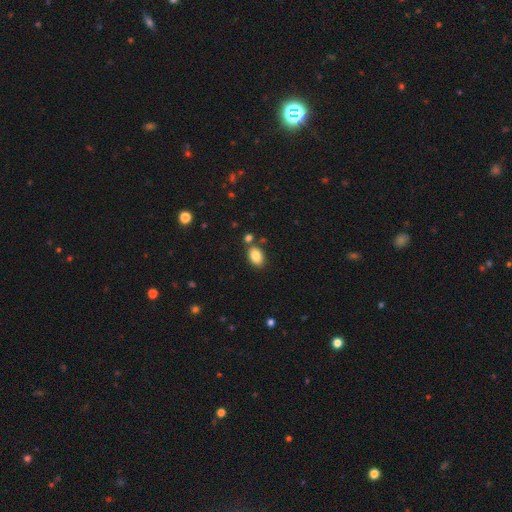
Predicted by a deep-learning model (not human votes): A smooth galaxy with no disk features (86%) that is in between round and cigar-shaped (88%).

Vote fractions:
- Smooth or featured? smooth: 86% / star or artifact: 8% / featured or disk: 6%
- How rounded? in between: 88% / round: 11% / cigar-shaped: 1%
- Merging? none: 76% / minor disturbance: 11% / merger: 10% / major disturbance: 3%